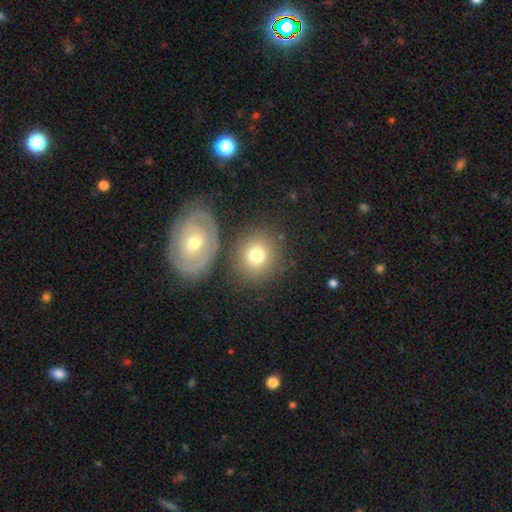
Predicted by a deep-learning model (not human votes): smooth-or-featured: smooth: 39% | featured or disk: 36% | star or artifact: 25%
  merging: none: 76% | merger: 11% | minor disturbance: 9% | major disturbance: 3%